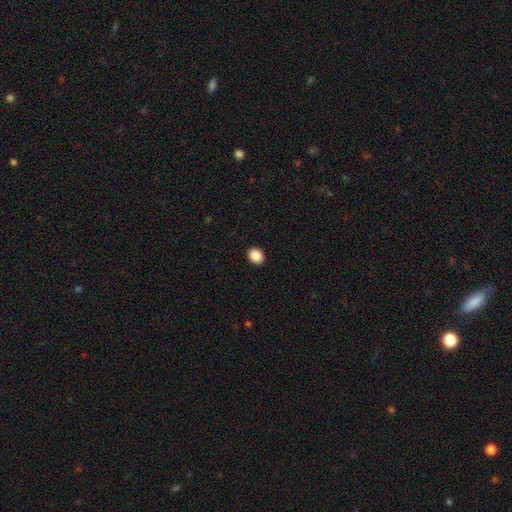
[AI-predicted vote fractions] Q: Smooth or featured?
A: smooth (89%); runner-up: star or artifact (8%)
Q: How rounded?
A: round (58%); runner-up: in between (41%)
Q: Merging?
A: none (92%); runner-up: minor disturbance (5%)